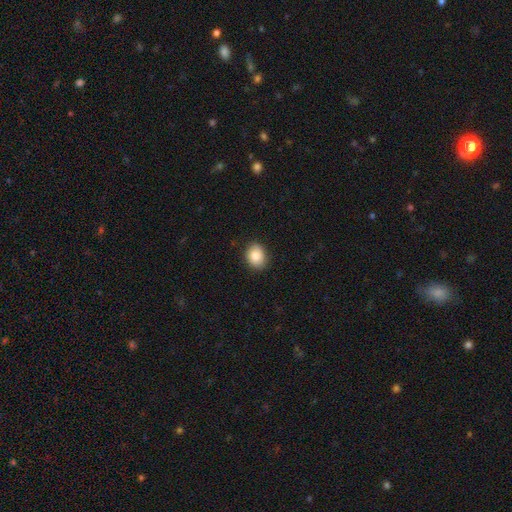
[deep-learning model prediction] smooth-or-featured: smooth: 88% | star or artifact: 8% | featured or disk: 5%
  how-rounded: in between: 52% | round: 47% | cigar-shaped: 1%
  merging: none: 86% | minor disturbance: 11% | major disturbance: 2% | merger: 1%